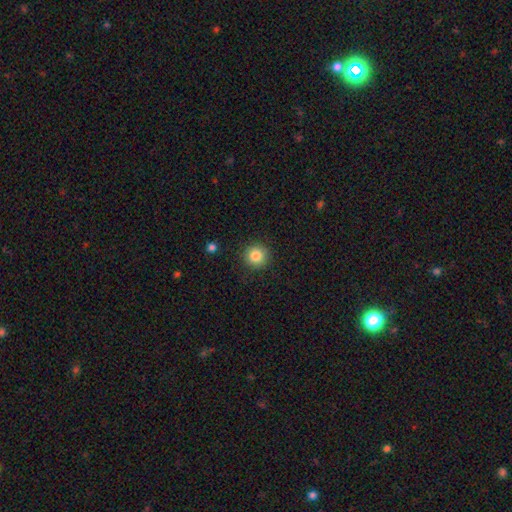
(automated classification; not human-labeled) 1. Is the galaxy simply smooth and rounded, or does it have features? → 84% smooth, 10% star or artifact, 6% featured or disk.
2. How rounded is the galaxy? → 94% round, 5% in between, 1% cigar-shaped.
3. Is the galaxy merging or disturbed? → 90% none, 6% minor disturbance, 2% major disturbance, 1% merger.